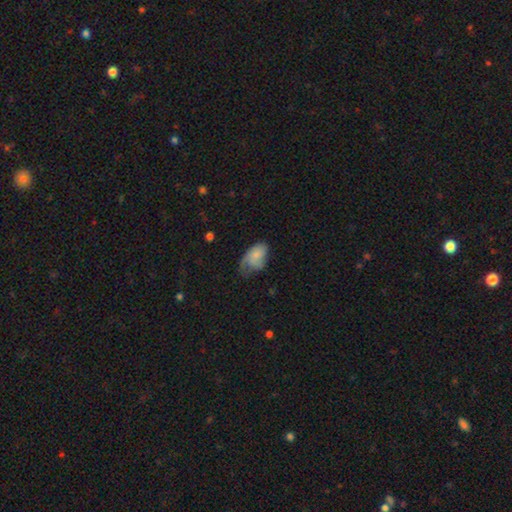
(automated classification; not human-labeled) Smooth or featured? Predicted: smooth (p=0.63). How rounded? Predicted: in between (p=0.88). Merging? Predicted: minor disturbance (p=0.37).